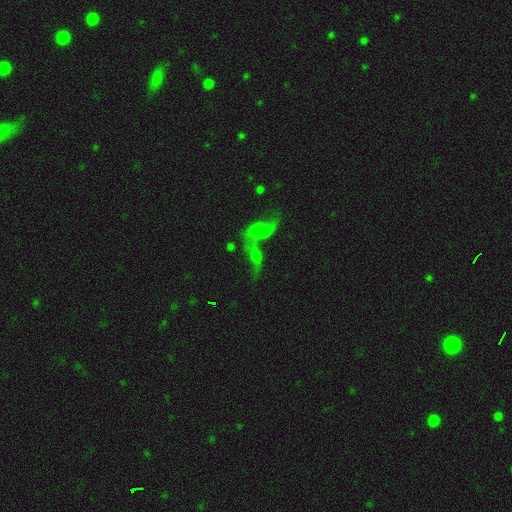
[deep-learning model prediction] Overall: featured or disk (49%; smooth 35%). Merging: merger (61%).